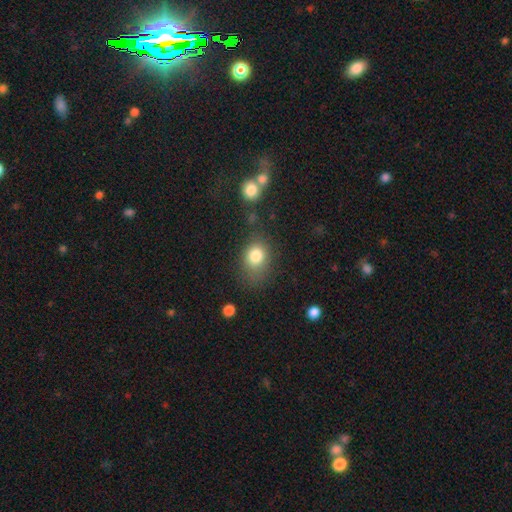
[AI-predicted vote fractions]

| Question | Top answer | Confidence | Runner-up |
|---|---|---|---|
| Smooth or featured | smooth | 81% | star or artifact (10%) |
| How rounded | in between | 54% | round (45%) |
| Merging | none | 65% | minor disturbance (21%) |